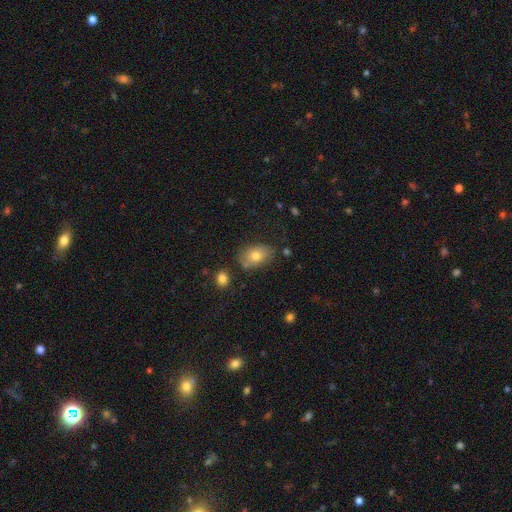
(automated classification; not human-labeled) smooth 74%, featured or disk 16%, star or artifact 10%. Down the decision tree: how rounded — in between (80%); merging — none (69%).